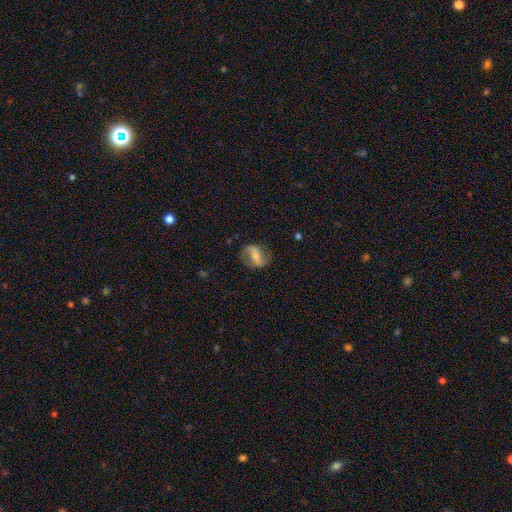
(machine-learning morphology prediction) This appears to be a featured or disk galaxy (70%) with a strong bar (55%), 2 (88%) loose (53%) spiral arms (84%) and a small central bulge (45%). Merging: none (76%).